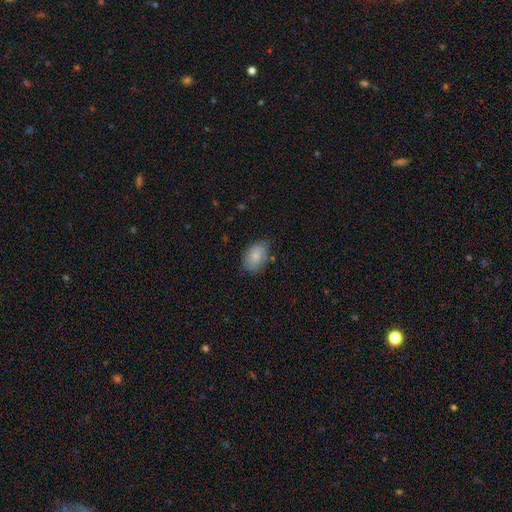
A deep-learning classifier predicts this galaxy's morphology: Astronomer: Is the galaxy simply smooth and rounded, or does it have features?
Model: smooth — 76%.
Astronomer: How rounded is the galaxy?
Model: in between — 84%.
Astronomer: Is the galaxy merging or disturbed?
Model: none — 69%.